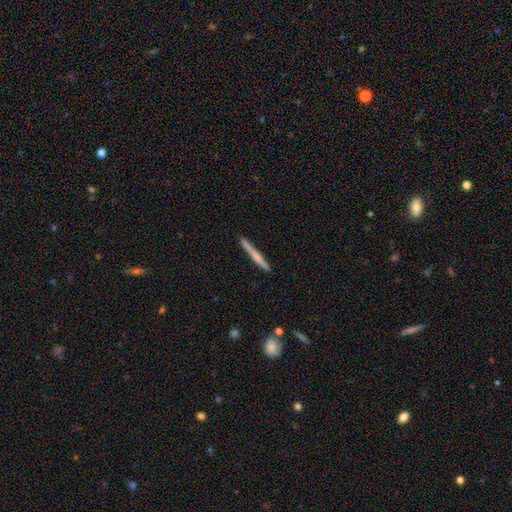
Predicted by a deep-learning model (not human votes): Morphology: type=smooth (51%); roundness=cigar-shaped (96%); merging=none (89%).